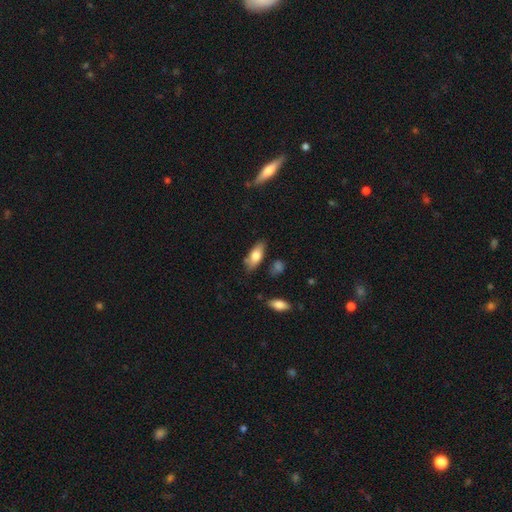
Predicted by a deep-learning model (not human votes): Smooth or featured?
  - smooth: 74% *
  - featured or disk: 19%
  - star or artifact: 6%
How rounded?
  - in between: 81% *
  - cigar-shaped: 17%
  - round: 3%
Merging?
  - none: 74% *
  - minor disturbance: 18%
  - merger: 4%
  - major disturbance: 4%